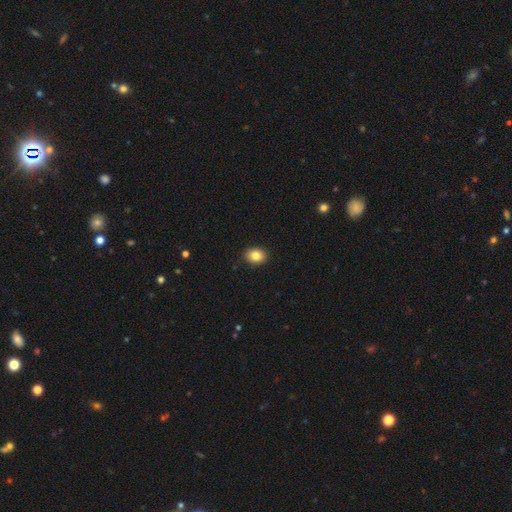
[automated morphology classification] This appears to be a smooth galaxy with no disk features (84%) that is in between round and cigar-shaped (55%). Merging: none (89%).